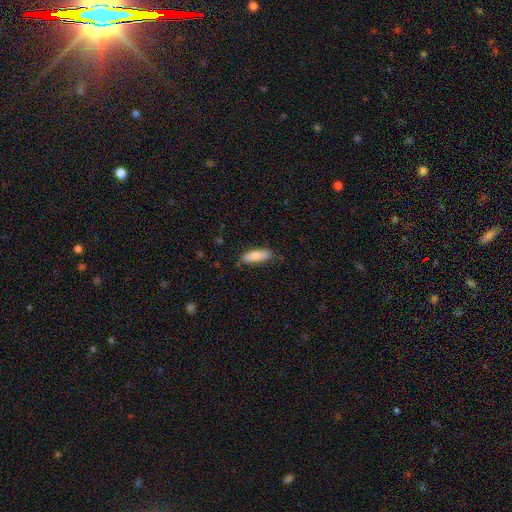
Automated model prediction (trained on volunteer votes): This is clearly a smooth galaxy (81%). How rounded: possibly in between (50%). Merging: clearly none (80%).